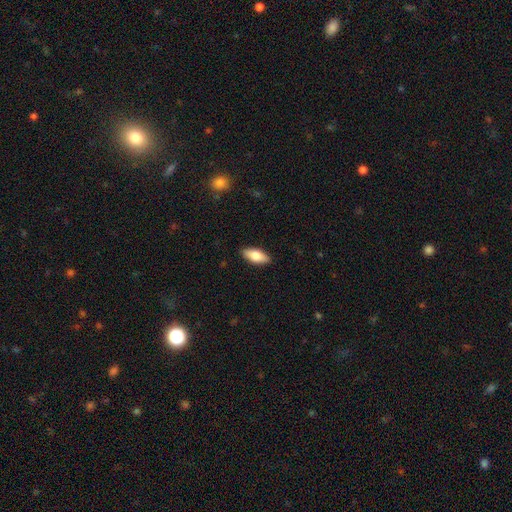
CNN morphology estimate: A smooth galaxy with no disk features (77%) that is in between round and cigar-shaped (85%).

Vote fractions:
- Smooth or featured? smooth: 77% / featured or disk: 17% / star or artifact: 6%
- How rounded? in between: 85% / cigar-shaped: 13% / round: 2%
- Merging? none: 89% / minor disturbance: 8% / major disturbance: 2% / merger: 1%